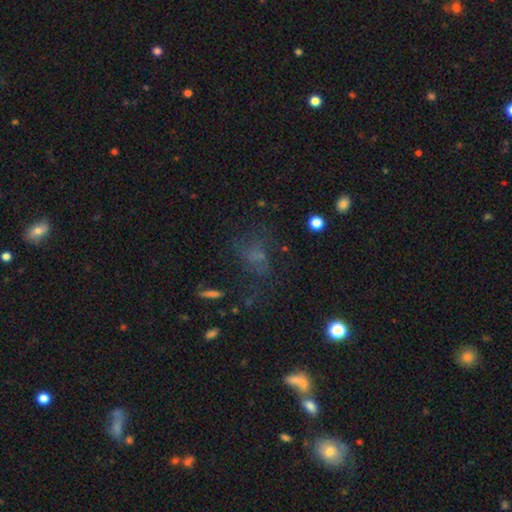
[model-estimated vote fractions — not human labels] A smooth galaxy with no disk features (44%). Merging: none (50%).